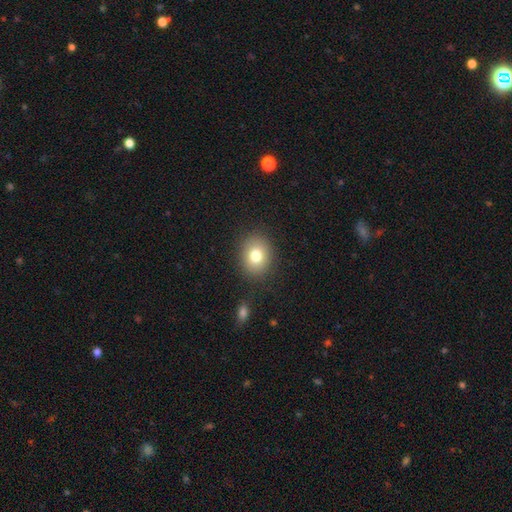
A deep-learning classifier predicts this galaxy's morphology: Smooth or featured? smooth (78%)
How rounded? round (55%)
Merging? none (85%)